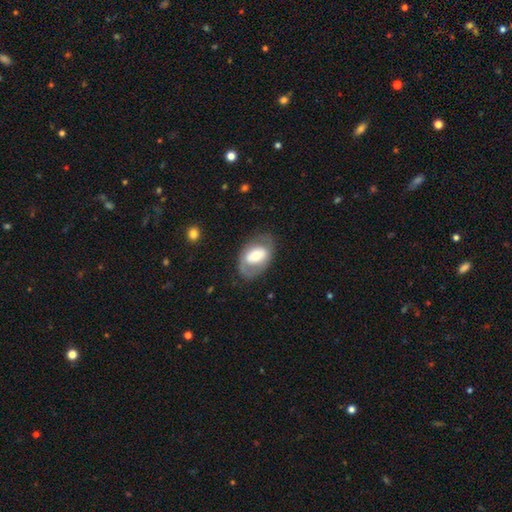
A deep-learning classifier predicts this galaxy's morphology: smooth-or-featured: featured or disk: 49% | smooth: 45% | star or artifact: 6%
  merging: none: 71% | minor disturbance: 17% | major disturbance: 10% | merger: 2%